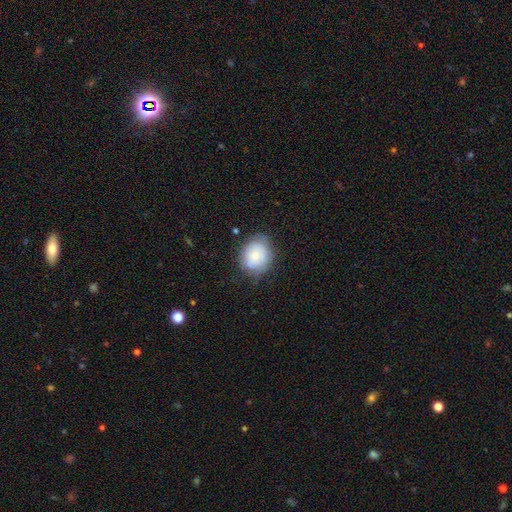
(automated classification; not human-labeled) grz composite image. It shows a smooth galaxy with no disk features (68%) that is round (57%). Merging: none (65%).